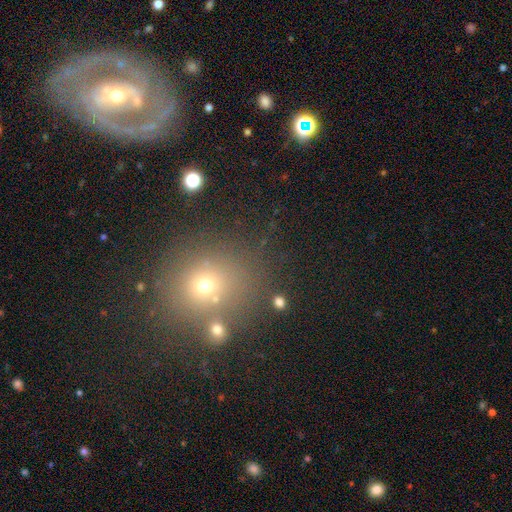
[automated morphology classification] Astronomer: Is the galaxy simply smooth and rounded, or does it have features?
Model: smooth — 45% (runner-up: featured or disk, 30%).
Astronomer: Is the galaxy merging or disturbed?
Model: none — 71%.